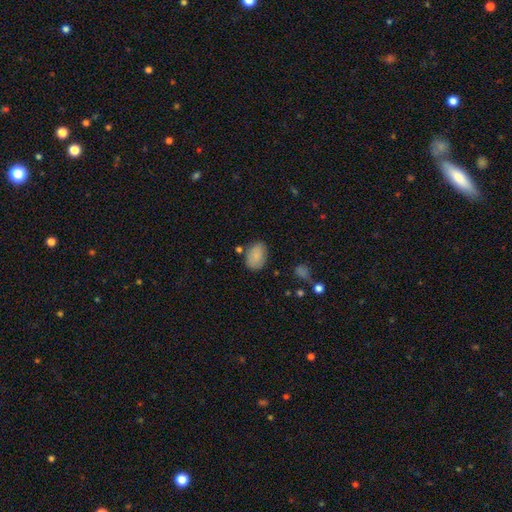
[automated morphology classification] Q: Smooth or featured?
A: smooth (84%); runner-up: featured or disk (8%)
Q: How rounded?
A: in between (84%); runner-up: round (15%)
Q: Merging?
A: none (72%); runner-up: minor disturbance (19%)